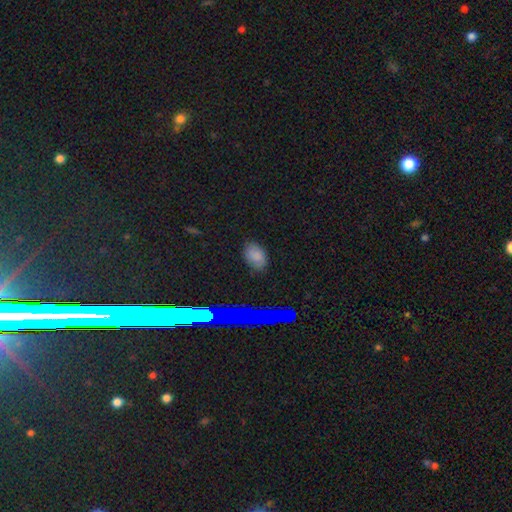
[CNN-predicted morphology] A smooth galaxy with no disk features (75%) that is in between round and cigar-shaped (84%). Merging: none (80%).